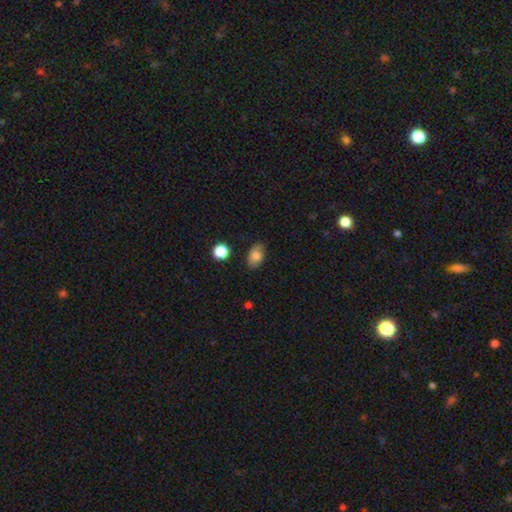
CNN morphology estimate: Smooth or featured? Predicted: smooth (p=0.81). How rounded? Predicted: in between (p=0.87). Merging? Predicted: none (p=0.81).